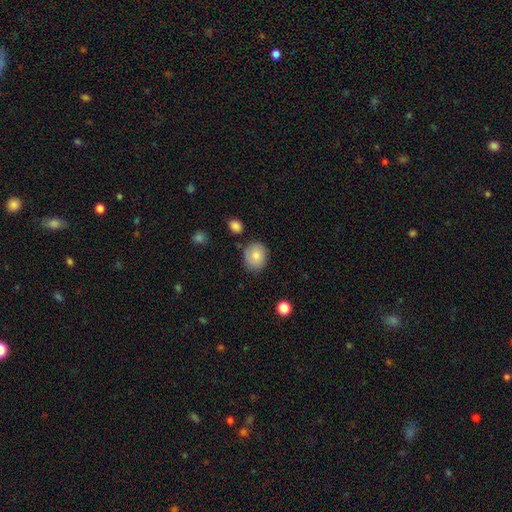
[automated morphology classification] type=smooth (80%); roundness=round (68%); merging=none (80%).